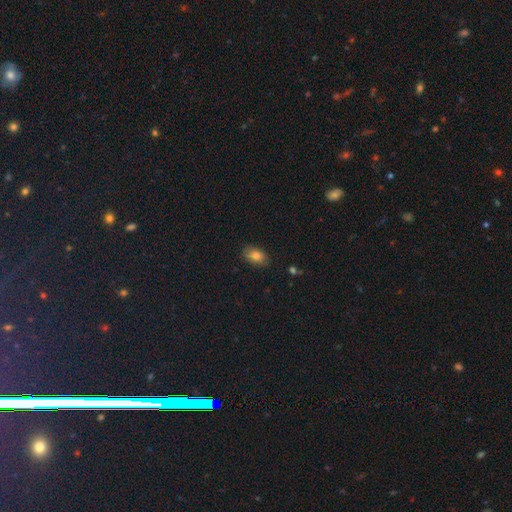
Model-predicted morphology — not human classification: Smooth or featured? Predicted: smooth (p=0.83). How rounded? Predicted: in between (p=0.89). Merging? Predicted: none (p=0.83).